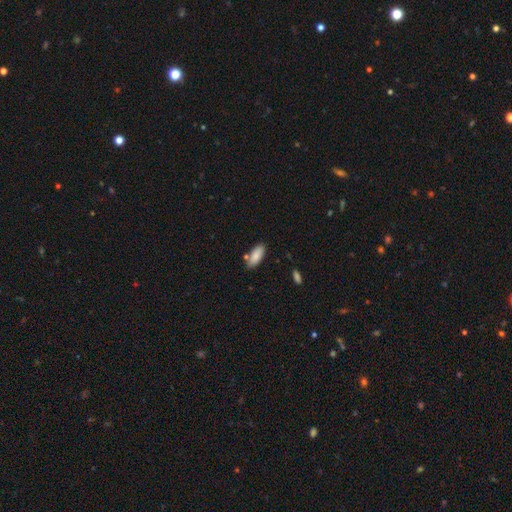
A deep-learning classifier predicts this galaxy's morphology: Smooth or featured? Predicted: smooth (p=0.86). How rounded? Predicted: in between (p=0.82). Merging? Predicted: none (p=0.76).